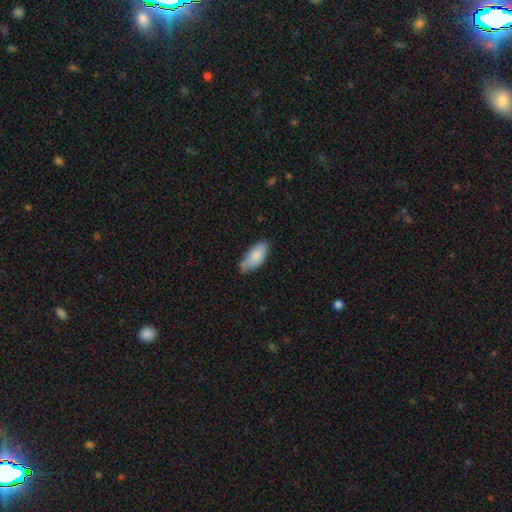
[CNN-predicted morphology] smooth 84%, featured or disk 9%, star or artifact 6%. Down the decision tree: how rounded — in between (87%); merging — none (60%).